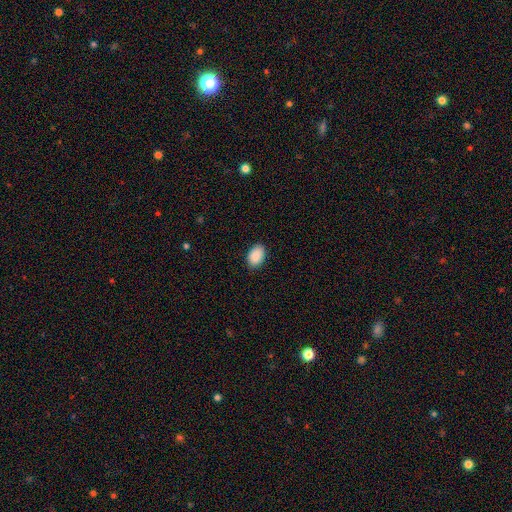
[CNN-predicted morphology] This appears to be a smooth galaxy with no disk features (90%) that is in between round and cigar-shaped (90%). Merging: none (87%).